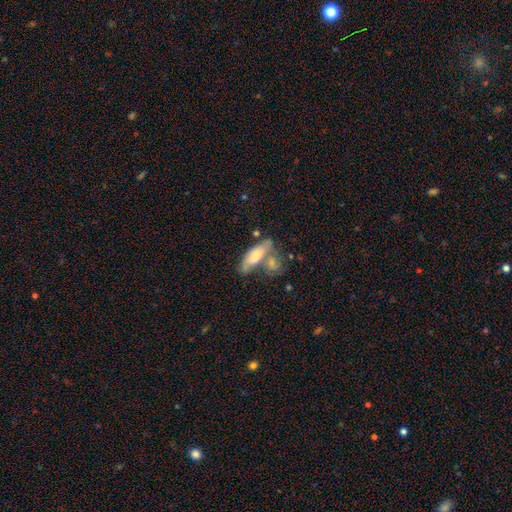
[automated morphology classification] smooth-or-featured: smooth: 67% | featured or disk: 27% | star or artifact: 6%
  how-rounded: in between: 59% | cigar-shaped: 38% | round: 3%
  merging: none: 39% | merger: 37% | minor disturbance: 16% | major disturbance: 8%